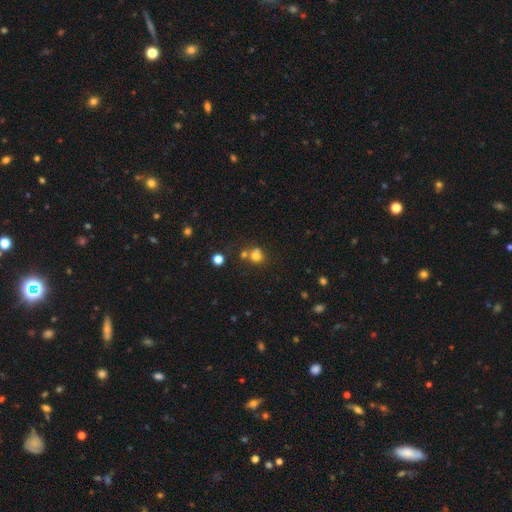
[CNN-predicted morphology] Smooth or featured: smooth — 72% (star or artifact — 16%)
How rounded: round — 81% (in between — 18%)
Merging: none — 48% (merger — 39%)